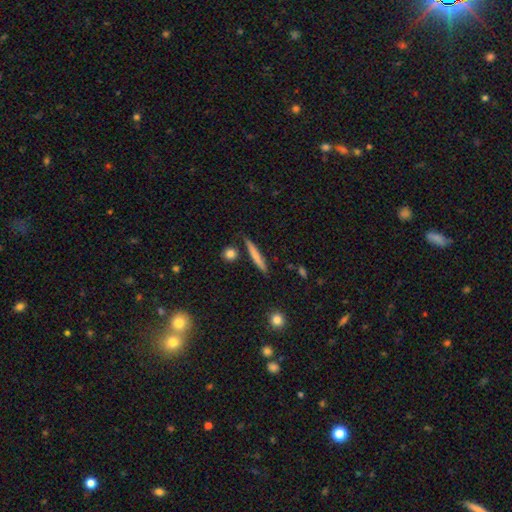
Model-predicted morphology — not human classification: The model was most divided on "smooth or featured": smooth: 67%, featured or disk: 27%, star or artifact: 6%. More confident: how rounded — cigar-shaped (93%); merging — none (82%).